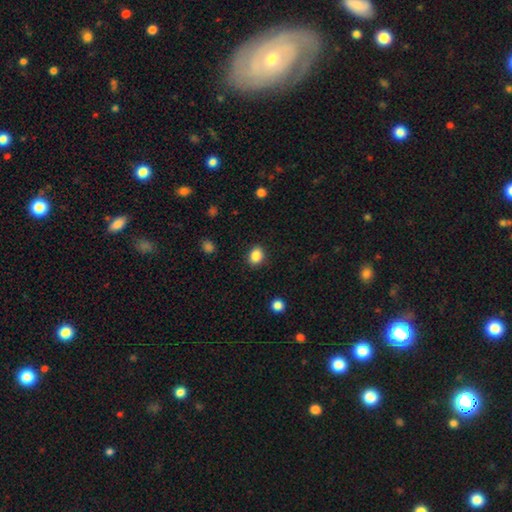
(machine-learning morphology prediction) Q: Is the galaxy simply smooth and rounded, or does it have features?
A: smooth — 87%.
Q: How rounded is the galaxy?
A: in between — 55%.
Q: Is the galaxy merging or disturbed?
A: none — 87%.